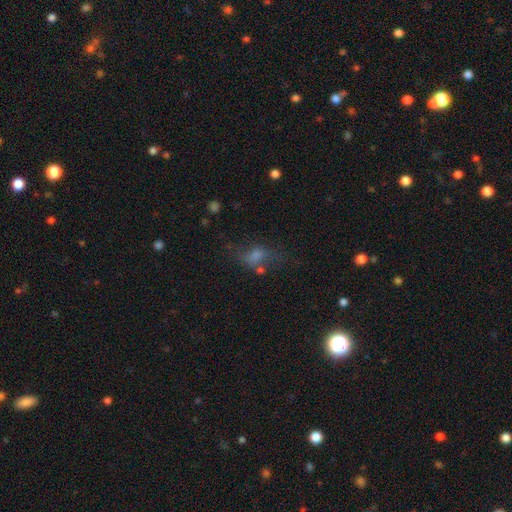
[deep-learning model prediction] smooth-or-featured: smooth: 51% | featured or disk: 27% | star or artifact: 23%
  how-rounded: in between: 67% | round: 24% | cigar-shaped: 9%
  merging: none: 47% | major disturbance: 23% | minor disturbance: 21% | merger: 9%